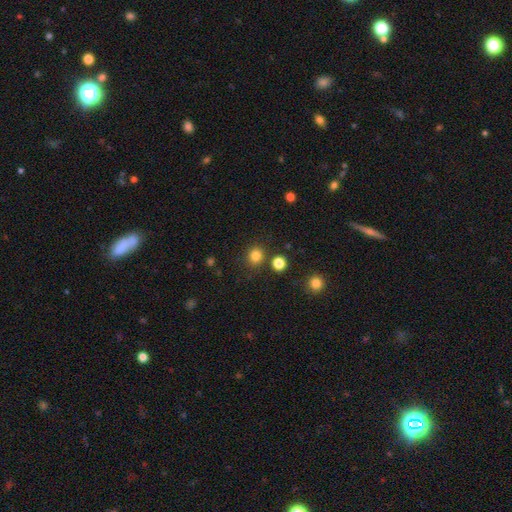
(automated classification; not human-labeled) Smooth or featured? smooth (81%)
How rounded? round (90%)
Merging? none (85%)